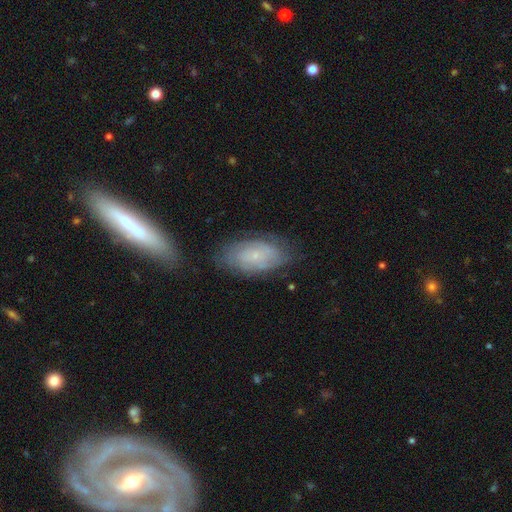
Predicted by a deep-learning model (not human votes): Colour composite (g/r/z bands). It shows a featured or disk galaxy (54%). Merging: none (70%).